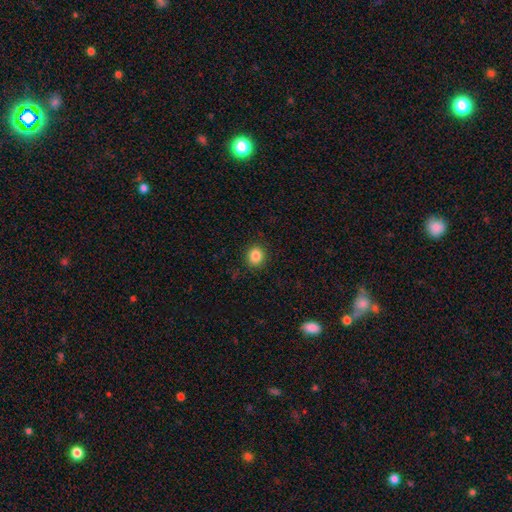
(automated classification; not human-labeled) A smooth galaxy with no disk features (86%) that is round (81%). Merging: none (90%).